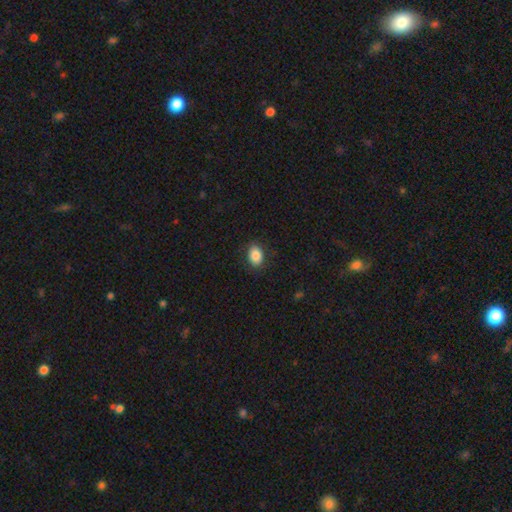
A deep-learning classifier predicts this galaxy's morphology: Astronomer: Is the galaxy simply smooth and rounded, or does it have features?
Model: smooth — 86%.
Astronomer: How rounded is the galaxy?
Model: in between — 80%.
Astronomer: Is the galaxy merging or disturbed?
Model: none — 86%.